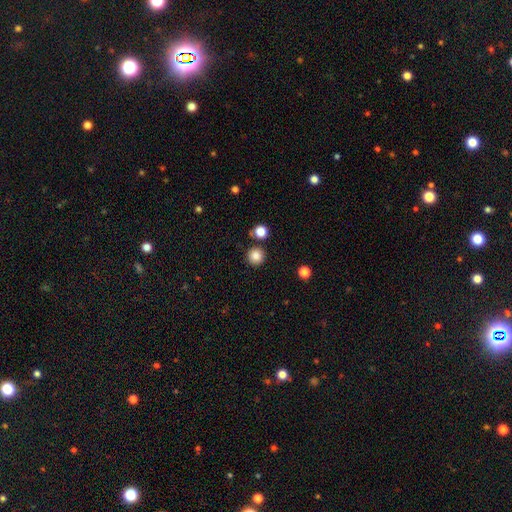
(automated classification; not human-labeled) Morphology: type=smooth (85%); roundness=round (95%); merging=none (87%).